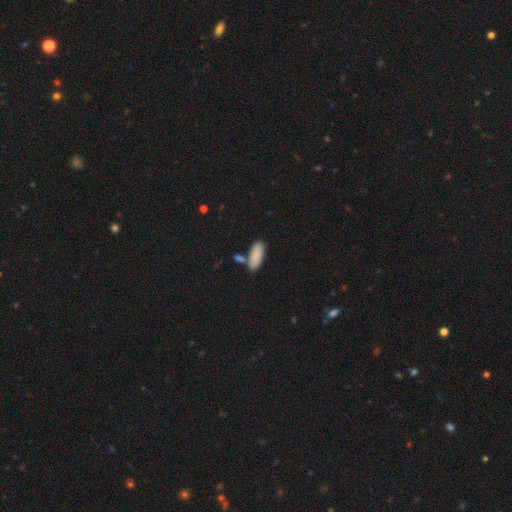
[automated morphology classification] This is clearly a smooth galaxy (88%). How rounded: likely in between (78%). Merging: likely none (68%).